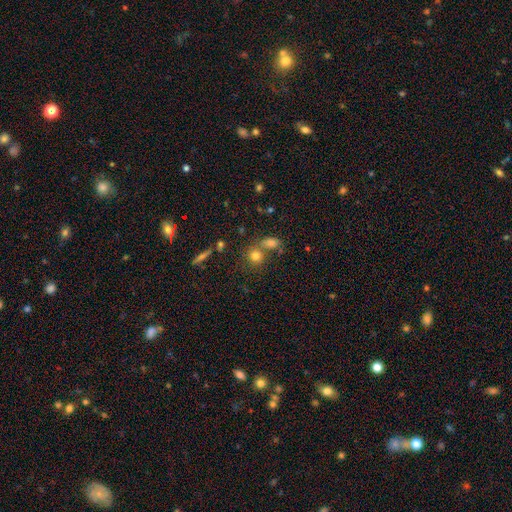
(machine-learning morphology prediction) A smooth galaxy with no disk features (75%) that is round (75%).

Vote fractions:
- Smooth or featured? smooth: 75% / star or artifact: 14% / featured or disk: 11%
- How rounded? round: 75% / in between: 22% / cigar-shaped: 2%
- Merging? none: 52% / merger: 35% / minor disturbance: 9% / major disturbance: 4%